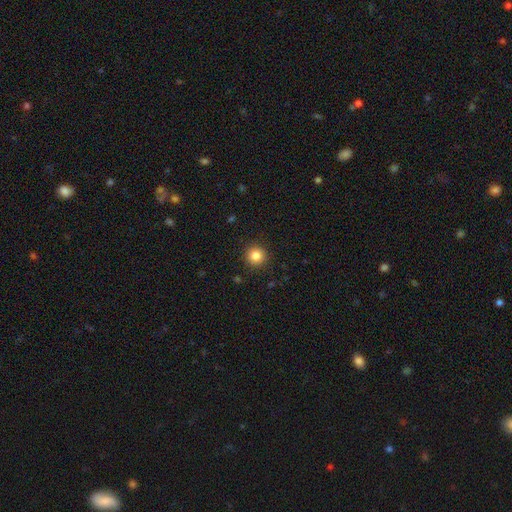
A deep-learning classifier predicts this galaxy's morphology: A smooth galaxy with no disk features (84%) that is round (95%). Merging: none (91%).